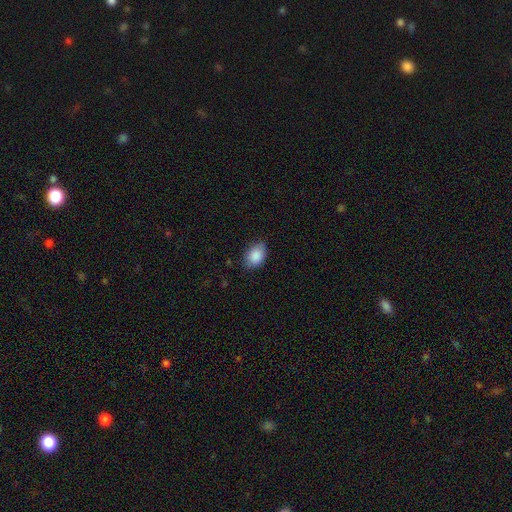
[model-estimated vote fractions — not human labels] Smooth or featured? smooth (88%)
How rounded? in between (81%)
Merging? none (75%)